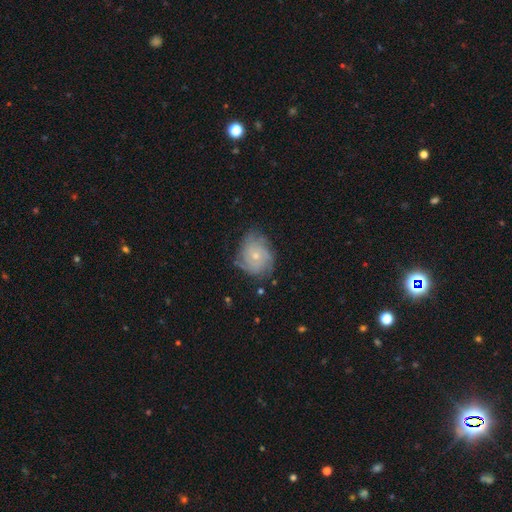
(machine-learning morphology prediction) A featured or disk galaxy (69%) with no bar (80%), tight (62%) spiral arms (89%) and a small central bulge (68%). Merging: none (69%).